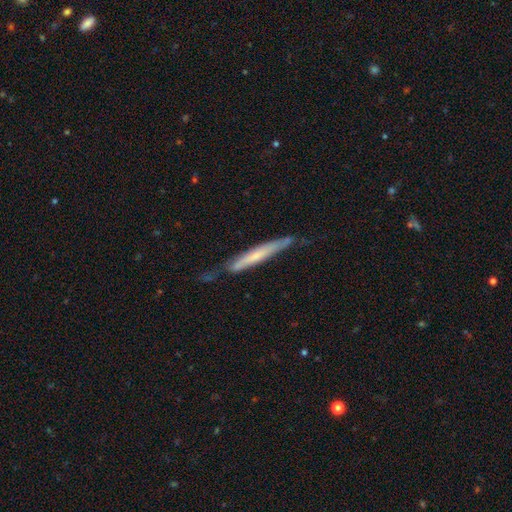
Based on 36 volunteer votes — A featured or disk galaxy (69%) viewed edge-on (96%) with no central bulge (71%). Merging: none (74%).